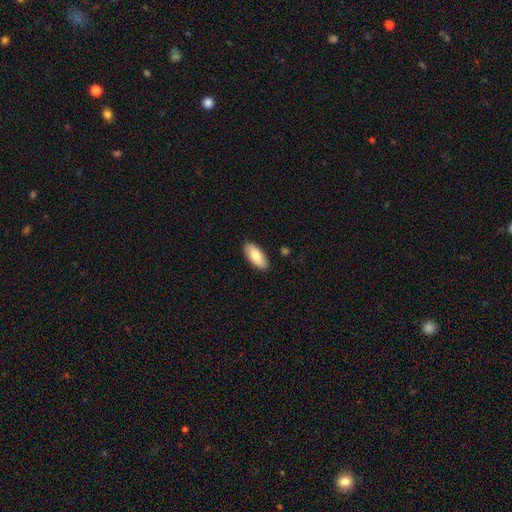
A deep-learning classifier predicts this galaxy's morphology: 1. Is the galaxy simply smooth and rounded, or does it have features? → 81% smooth, 13% featured or disk, 6% star or artifact.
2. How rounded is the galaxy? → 88% in between, 10% cigar-shaped, 2% round.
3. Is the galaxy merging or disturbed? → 89% none, 8% minor disturbance, 2% major disturbance, 1% merger.